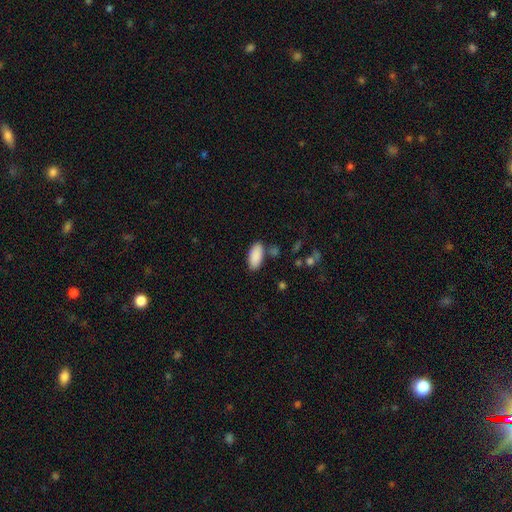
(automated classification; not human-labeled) This appears to be a smooth galaxy with no disk features (89%) that is in between round and cigar-shaped (90%). Merging: none (81%).